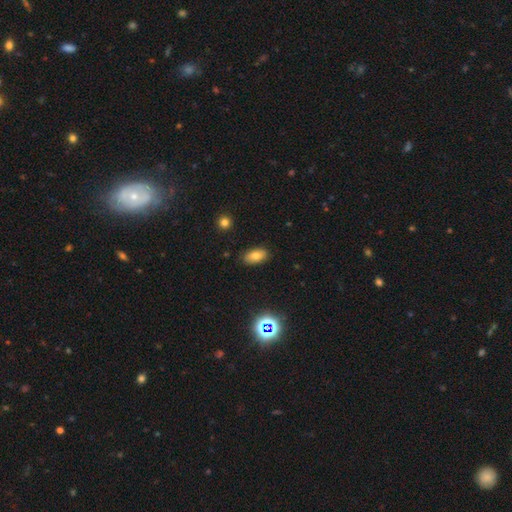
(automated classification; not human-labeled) Smooth or featured? smooth (75%)
How rounded? in between (90%)
Merging? none (86%)